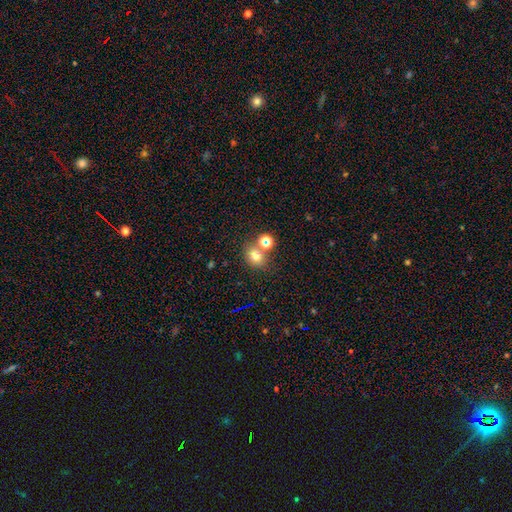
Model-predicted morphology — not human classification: smooth-or-featured: smooth: 72% | star or artifact: 17% | featured or disk: 10%
  how-rounded: round: 61% | in between: 38% | cigar-shaped: 1%
  merging: none: 63% | merger: 23% | minor disturbance: 10% | major disturbance: 4%